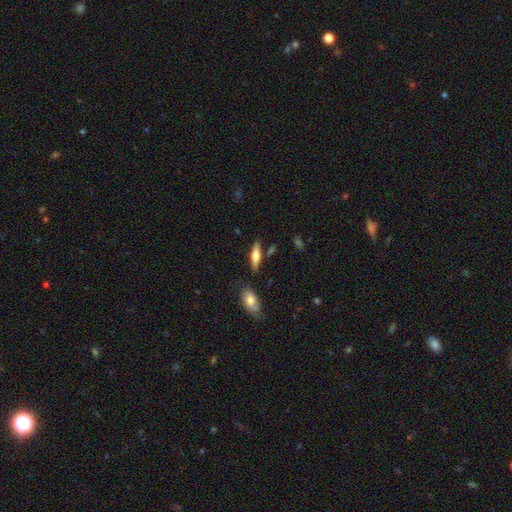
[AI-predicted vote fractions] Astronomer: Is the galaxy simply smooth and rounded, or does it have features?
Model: smooth — 57% (runner-up: featured or disk, 37%).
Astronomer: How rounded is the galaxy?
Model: cigar-shaped — 52% (runner-up: in between, 46%).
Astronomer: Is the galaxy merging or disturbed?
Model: none — 81%.